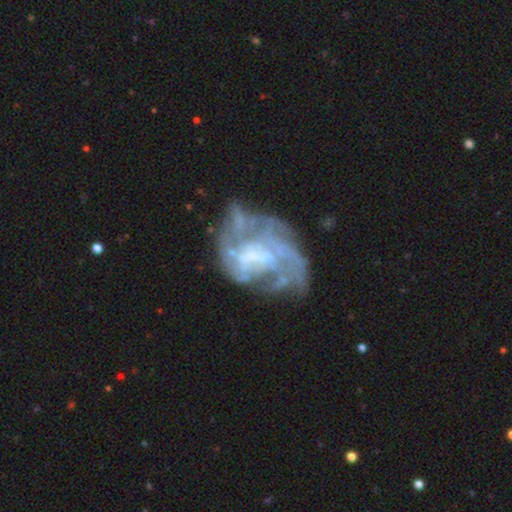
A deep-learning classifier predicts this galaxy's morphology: A featured or disk galaxy (78%) with no bar (54%), spiral arms (62%) and no central bulge (52%).

Vote fractions:
- Smooth or featured? featured or disk: 78% / smooth: 13% / star or artifact: 9%
- Edge-on disk? no: 98% / yes: 2%
- Bar? no: 54% / weak: 35% / strong: 12%
- Spiral arms? yes: 62% / no: 38%
- Bulge size? none: 52% / small: 21% / moderate: 20% / large: 5% / dominant: 1%
- Merging? none: 39% / major disturbance: 34% / minor disturbance: 22% / merger: 6%